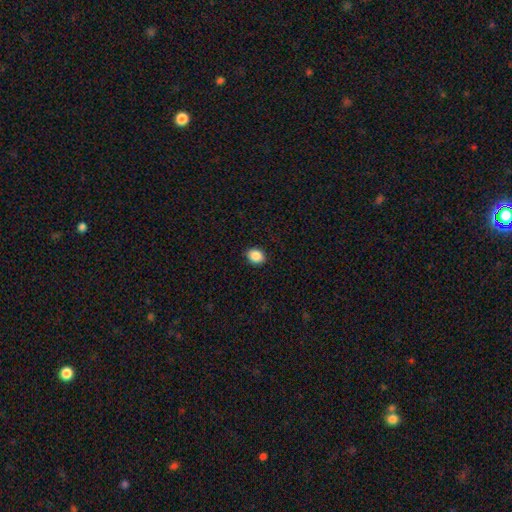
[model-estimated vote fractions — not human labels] Smooth or featured: smooth — 88% (star or artifact — 9%)
How rounded: in between — 50% (round — 49%)
Merging: none — 89% (minor disturbance — 8%)